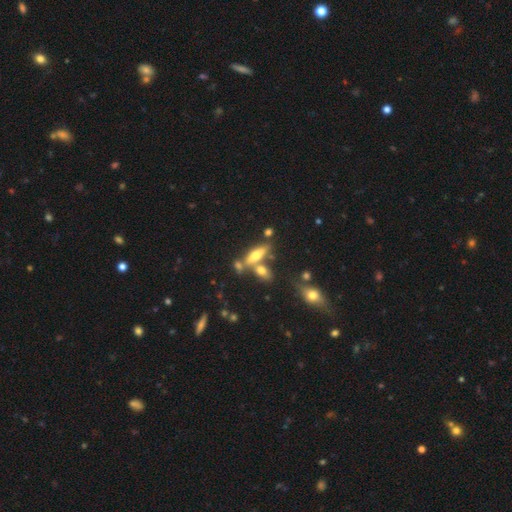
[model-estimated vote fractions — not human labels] Smooth or featured?
  - smooth: 56% *
  - featured or disk: 34%
  - star or artifact: 9%
How rounded?
  - cigar-shaped: 49% *
  - in between: 48%
  - round: 3%
Merging?
  - none: 54% *
  - merger: 29%
  - minor disturbance: 12%
  - major disturbance: 5%